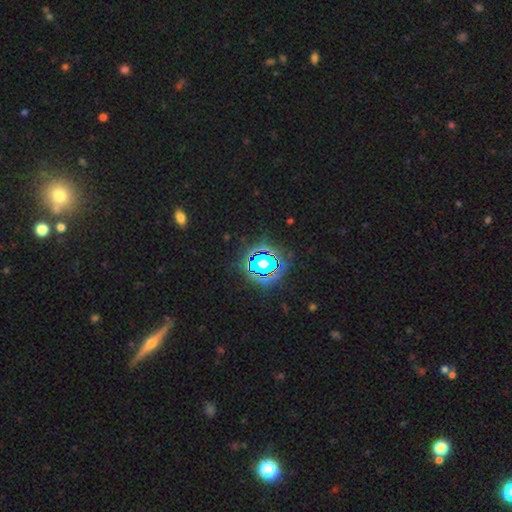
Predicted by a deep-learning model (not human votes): A star or artifact, not a galaxy (73%).